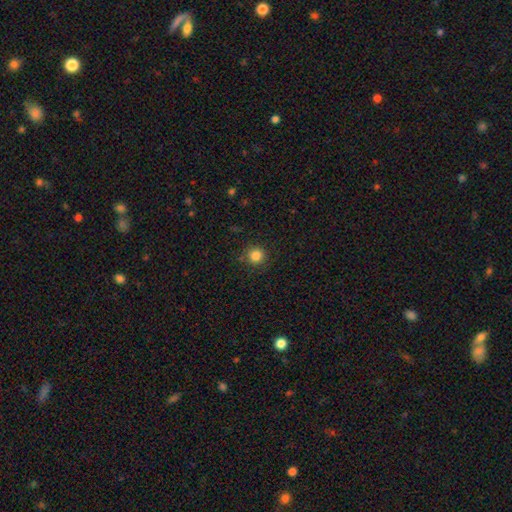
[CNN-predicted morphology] Smooth or featured: smooth — 84% (star or artifact — 12%)
How rounded: round — 92% (in between — 7%)
Merging: none — 87% (minor disturbance — 8%)